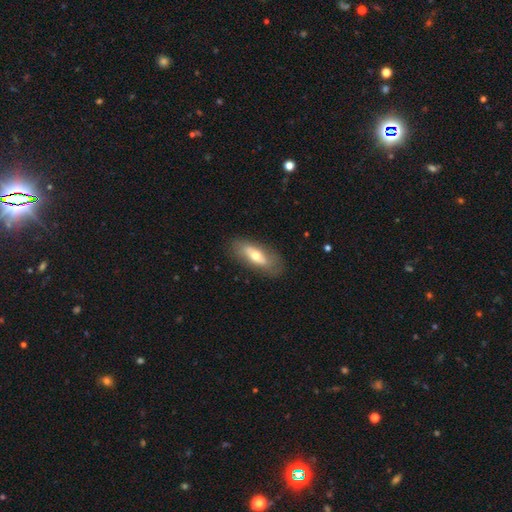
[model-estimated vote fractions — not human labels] Smooth or featured? Predicted: smooth (p=0.54). How rounded? Predicted: in between (p=0.73). Merging? Predicted: none (p=0.79).